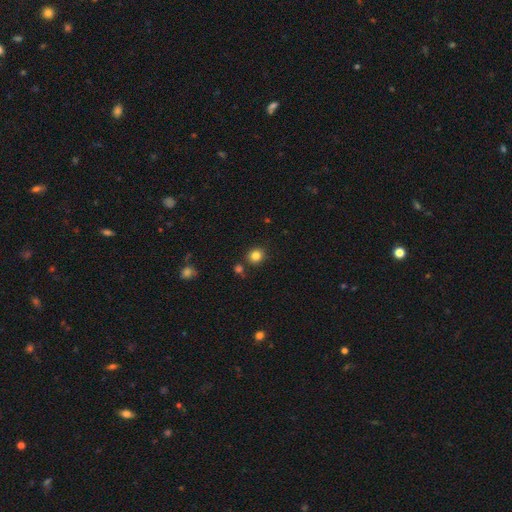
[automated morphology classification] The model was most divided on "how rounded": round: 83%, in between: 16%, cigar-shaped: 1%. More confident: smooth or featured — smooth (83%); merging — none (82%).